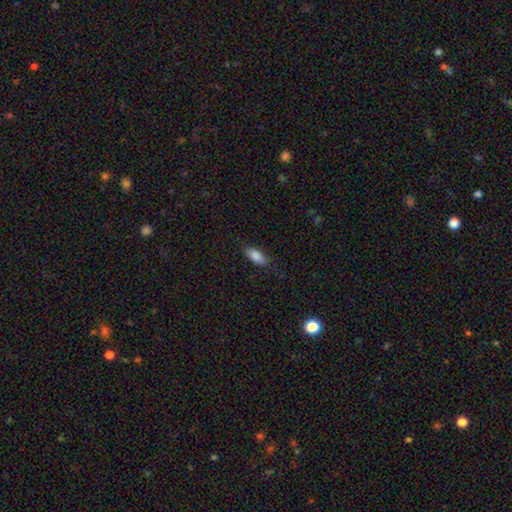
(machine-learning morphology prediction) Smooth or featured? smooth (85%)
How rounded? in between (83%)
Merging? none (81%)